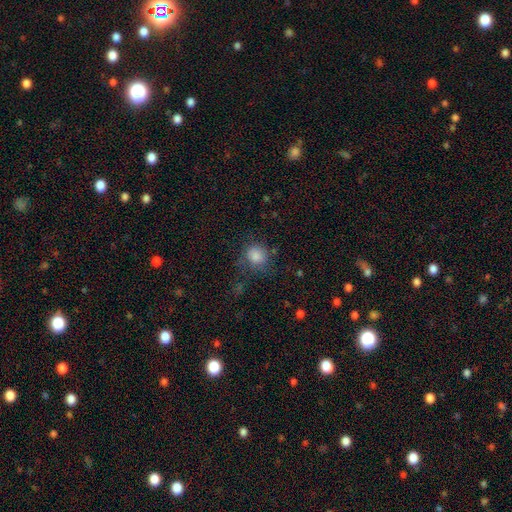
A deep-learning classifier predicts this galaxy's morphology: Smooth or featured? Predicted: smooth (p=0.81). How rounded? Predicted: round (p=0.83). Merging? Predicted: none (p=0.69).